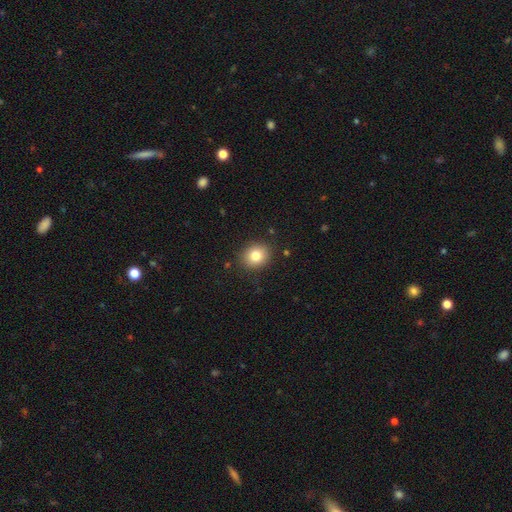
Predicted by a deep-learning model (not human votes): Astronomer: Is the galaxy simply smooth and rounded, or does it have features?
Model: smooth — 82%.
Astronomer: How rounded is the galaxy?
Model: round — 68%.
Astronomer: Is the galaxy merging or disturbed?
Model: none — 87%.